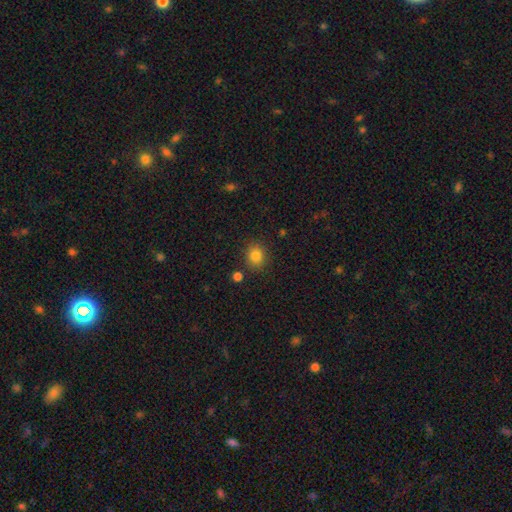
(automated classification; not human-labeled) Smooth or featured: smooth — 83% (star or artifact — 12%)
How rounded: round — 76% (in between — 23%)
Merging: none — 84% (minor disturbance — 9%)